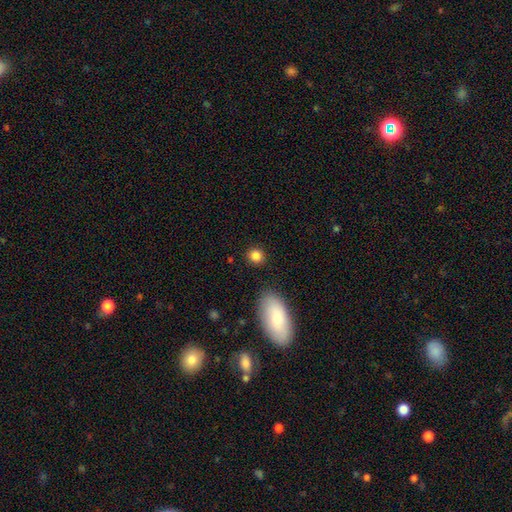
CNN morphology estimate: Smooth or featured: smooth — 85% (star or artifact — 10%)
How rounded: round — 82% (in between — 17%)
Merging: none — 86% (minor disturbance — 8%)